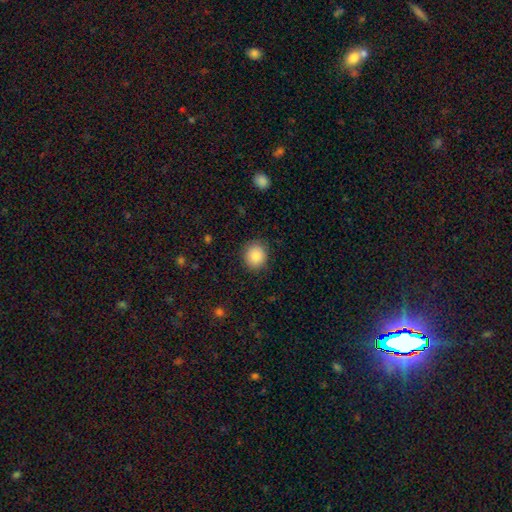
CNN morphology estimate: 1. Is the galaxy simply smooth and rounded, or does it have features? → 86% smooth, 9% star or artifact, 6% featured or disk.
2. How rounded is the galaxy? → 81% round, 18% in between, 1% cigar-shaped.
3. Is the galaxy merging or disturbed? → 88% none, 9% minor disturbance, 3% major disturbance, 1% merger.